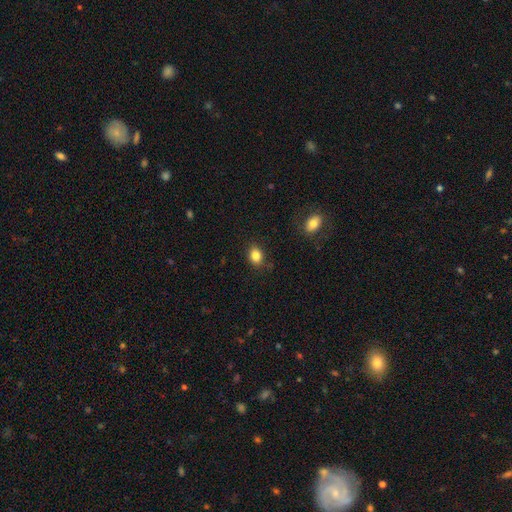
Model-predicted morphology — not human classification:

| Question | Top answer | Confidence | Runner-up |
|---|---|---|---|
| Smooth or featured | smooth | 84% | star or artifact (11%) |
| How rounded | in between | 56% | round (43%) |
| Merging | none | 83% | minor disturbance (13%) |